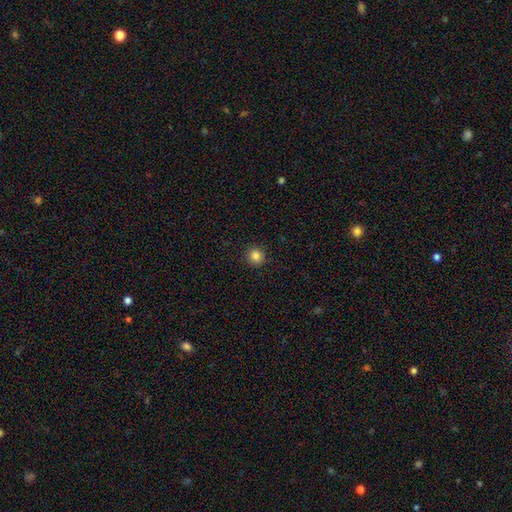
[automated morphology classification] type=smooth (85%); roundness=round (94%); merging=none (92%).